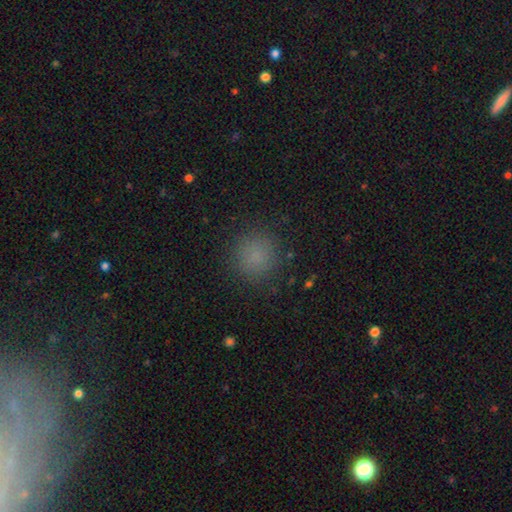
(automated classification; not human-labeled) This appears to be a smooth galaxy with no disk features (81%) that is round (92%). Merging: none (88%).